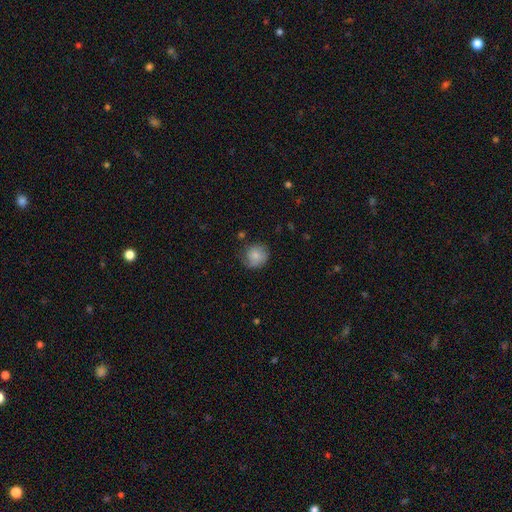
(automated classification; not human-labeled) Morphology: type=smooth (79%); roundness=round (86%); merging=none (70%).